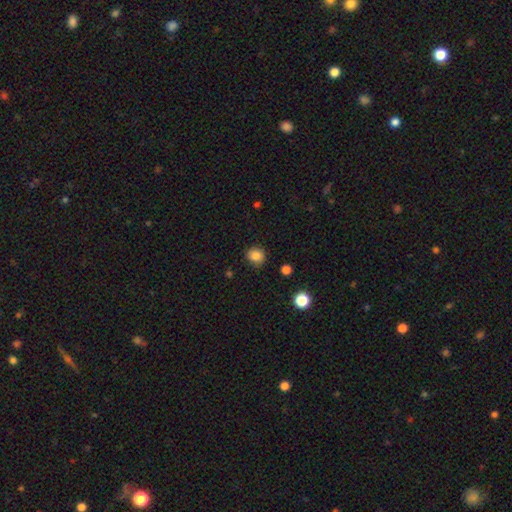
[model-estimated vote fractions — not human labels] Smooth or featured? smooth (84%)
How rounded? round (79%)
Merging? none (83%)